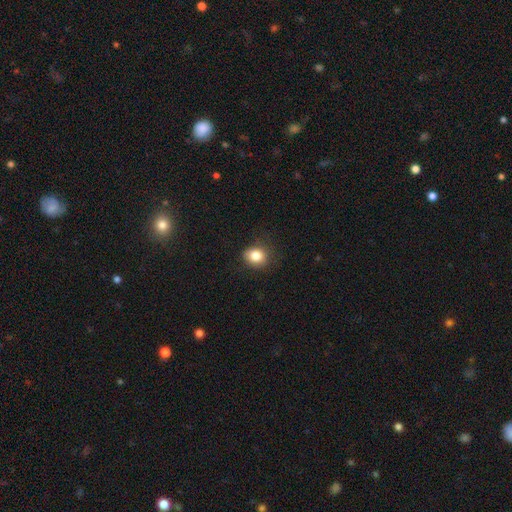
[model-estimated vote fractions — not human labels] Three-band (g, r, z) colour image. It shows a smooth galaxy with no disk features (83%) that is round (64%). Merging: none (80%).